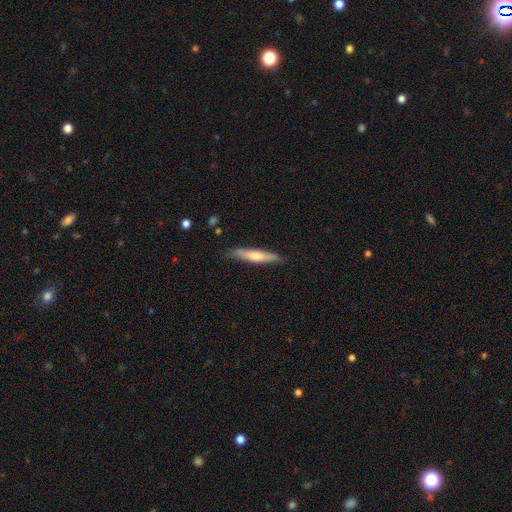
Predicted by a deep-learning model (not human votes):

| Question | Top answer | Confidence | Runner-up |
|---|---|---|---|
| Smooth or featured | smooth | 56% | featured or disk (38%) |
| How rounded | cigar-shaped | 89% | in between (9%) |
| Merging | none | 84% | minor disturbance (13%) |